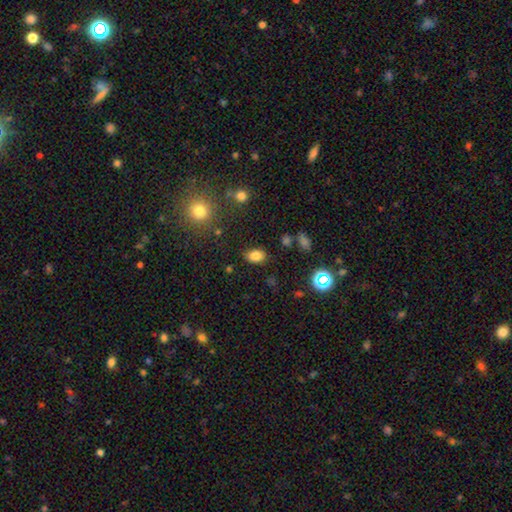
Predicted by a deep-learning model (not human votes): smooth-or-featured: smooth: 81% | star or artifact: 13% | featured or disk: 7%
  how-rounded: in between: 80% | round: 18% | cigar-shaped: 1%
  merging: none: 82% | minor disturbance: 12% | major disturbance: 3% | merger: 2%